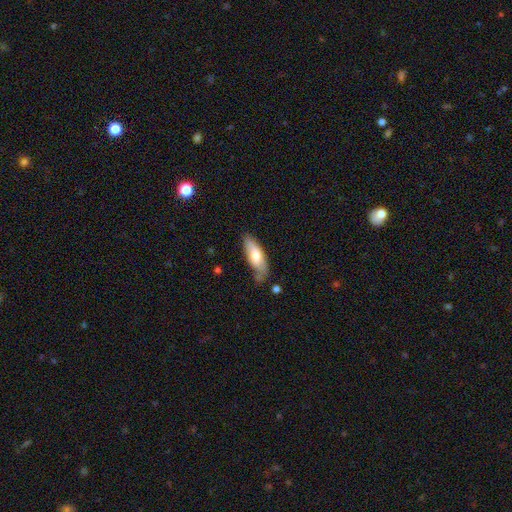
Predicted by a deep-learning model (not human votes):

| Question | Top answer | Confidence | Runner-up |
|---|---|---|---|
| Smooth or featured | smooth | 68% | featured or disk (26%) |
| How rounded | in between | 62% | cigar-shaped (37%) |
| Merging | none | 64% | minor disturbance (26%) |